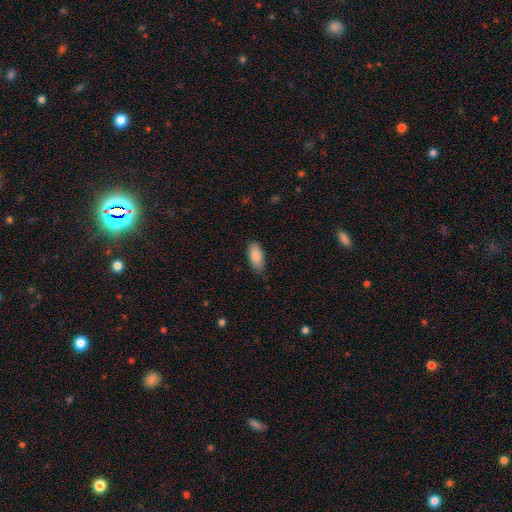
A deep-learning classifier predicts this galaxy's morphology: Q: Smooth or featured?
A: smooth (88%); runner-up: star or artifact (6%)
Q: How rounded?
A: in between (87%); runner-up: cigar-shaped (11%)
Q: Merging?
A: none (79%); runner-up: minor disturbance (17%)